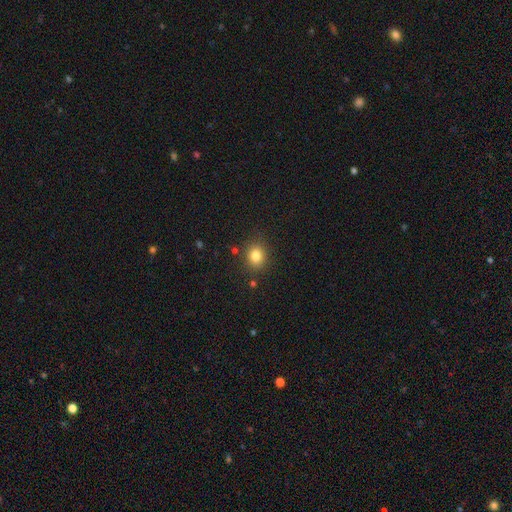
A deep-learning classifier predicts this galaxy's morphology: The model was most divided on "how rounded": round: 64%, in between: 35%, cigar-shaped: 1%. More confident: merging — none (84%); smooth or featured — smooth (82%).